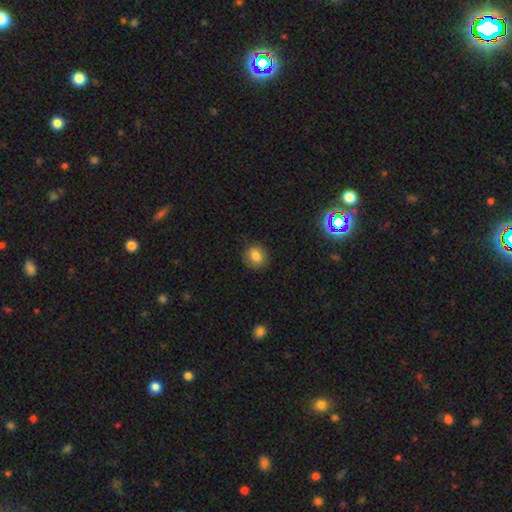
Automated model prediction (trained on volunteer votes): smooth 82%, star or artifact 11%, featured or disk 8%. Down the decision tree: how rounded — round (79%); merging — none (83%).